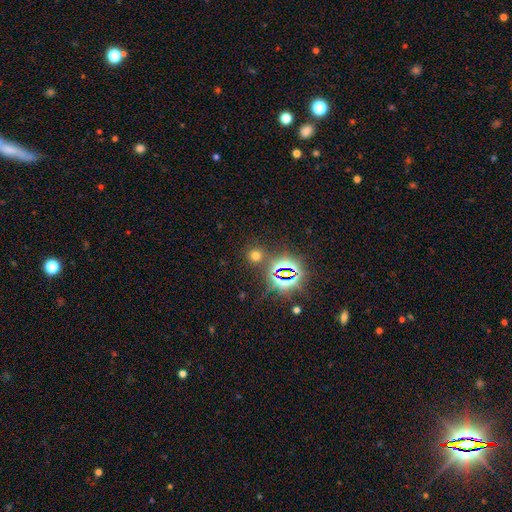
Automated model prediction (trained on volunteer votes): This appears to be a smooth galaxy with no disk features (57%) that is round (90%). Merging: none (83%).